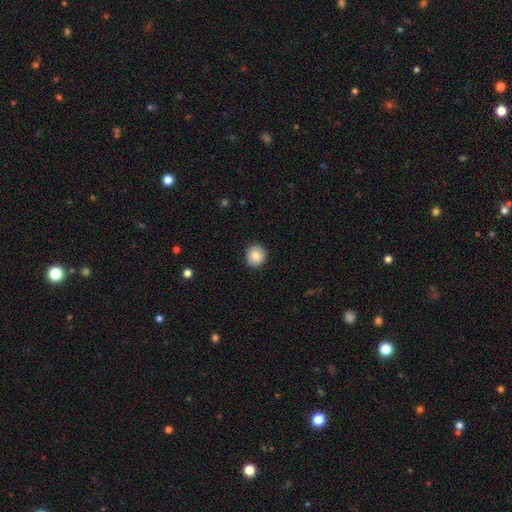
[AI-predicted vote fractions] smooth-or-featured: smooth: 84% | featured or disk: 8% | star or artifact: 8%
  how-rounded: round: 85% | in between: 14% | cigar-shaped: 1%
  merging: none: 88% | minor disturbance: 9% | major disturbance: 2% | merger: 1%